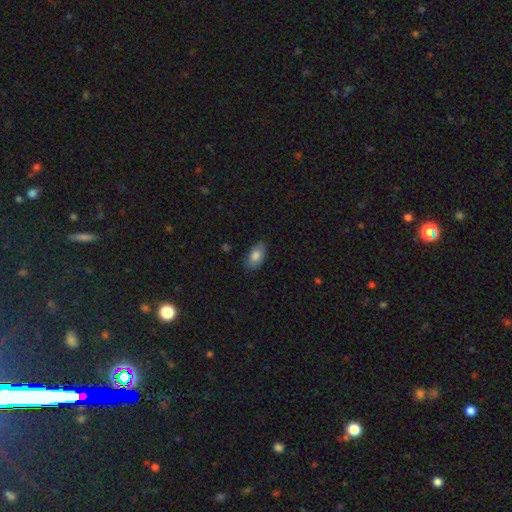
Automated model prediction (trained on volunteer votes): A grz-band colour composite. It shows a smooth galaxy with no disk features (81%) that is in between round and cigar-shaped (92%). Merging: none (80%).